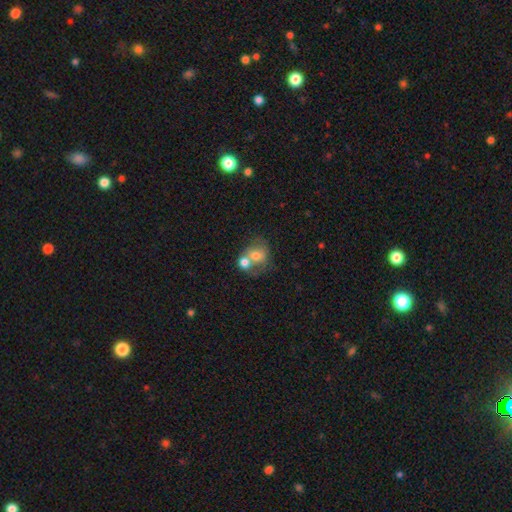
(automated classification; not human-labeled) smooth 65%, featured or disk 25%, star or artifact 9%. Down the decision tree: how rounded — round (62%); merging — merger (63%).